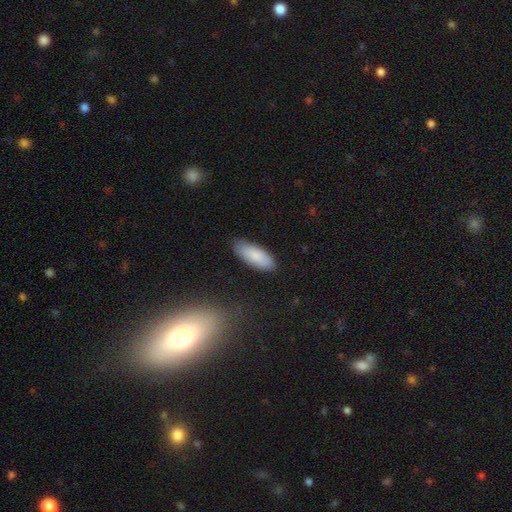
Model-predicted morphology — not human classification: Smooth or featured? smooth (85%)
How rounded? in between (73%)
Merging? none (86%)